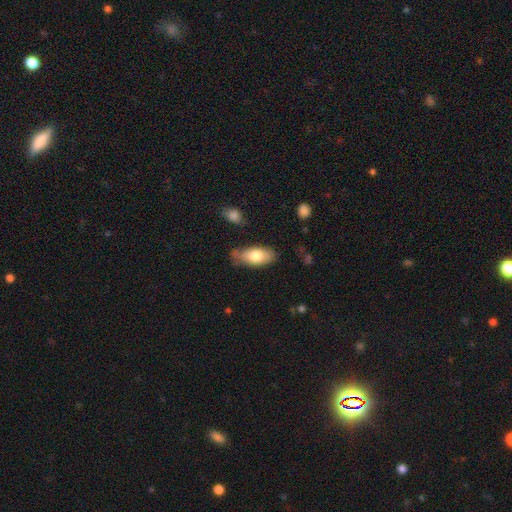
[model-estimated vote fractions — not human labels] Smooth or featured? Predicted: smooth (p=0.75). How rounded? Predicted: in between (p=0.87). Merging? Predicted: none (p=0.67).